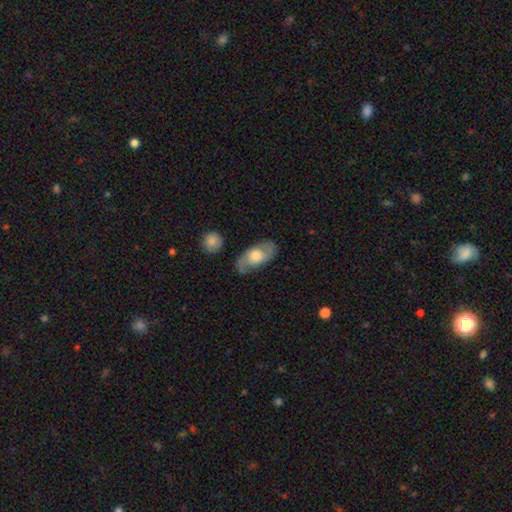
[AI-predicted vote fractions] Smooth or featured? featured or disk (56%)
Edge-on disk? no (89%)
Merging? none (77%)